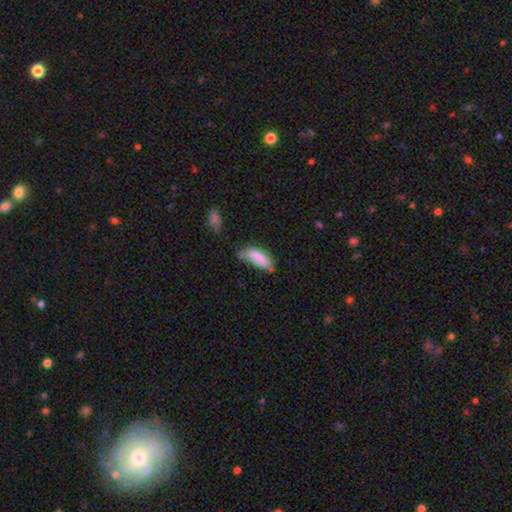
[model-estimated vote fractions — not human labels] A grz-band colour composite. It shows a smooth galaxy with no disk features (76%) that is in between round and cigar-shaped (67%). Merging: none (41%).